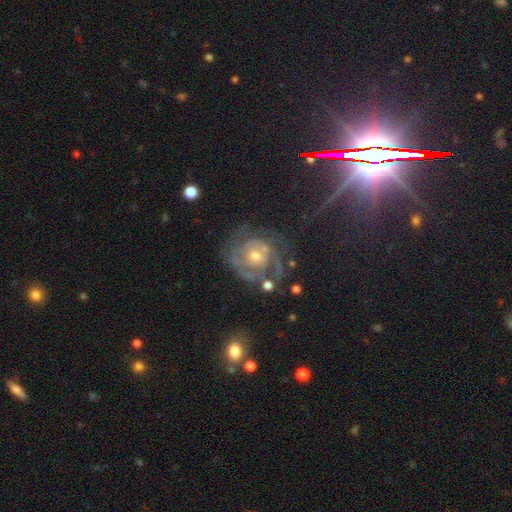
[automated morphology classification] A featured or disk galaxy (79%) with no bar (75%), tight (63%) spiral arms (88%) and a moderate central bulge (49%).

Vote fractions:
- Smooth or featured? featured or disk: 79% / star or artifact: 11% / smooth: 10%
- Edge-on disk? no: 98% / yes: 2%
- Bar? no: 75% / weak: 20% / strong: 5%
- Spiral arms? yes: 88% / no: 12%
- Spiral winding? tight: 63% / medium: 29% / loose: 8%
- Spiral arm count? can't tell: 35% / 2: 28% / 3: 18% / 1: 7% / 4: 6% / more than 4: 5%
- Bulge size? moderate: 49% / small: 45% / large: 3% / none: 2% / dominant: 1%
- Merging? none: 61% / minor disturbance: 19% / major disturbance: 16% / merger: 4%